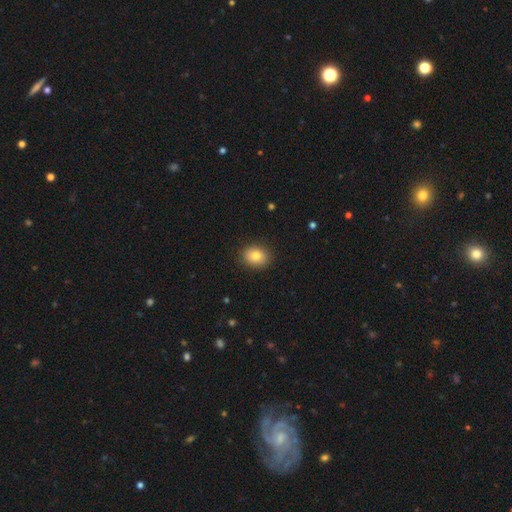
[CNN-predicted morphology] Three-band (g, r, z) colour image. It shows a smooth galaxy with no disk features (81%) that is round (51%). Merging: none (88%).